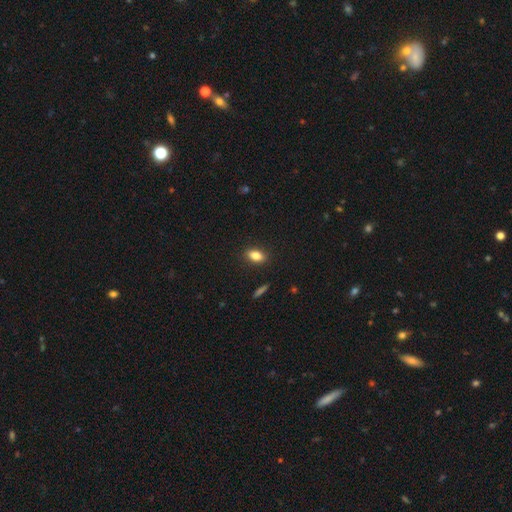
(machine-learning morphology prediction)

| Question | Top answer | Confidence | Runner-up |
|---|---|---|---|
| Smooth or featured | smooth | 82% | star or artifact (9%) |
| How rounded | in between | 84% | round (10%) |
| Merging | none | 88% | minor disturbance (8%) |